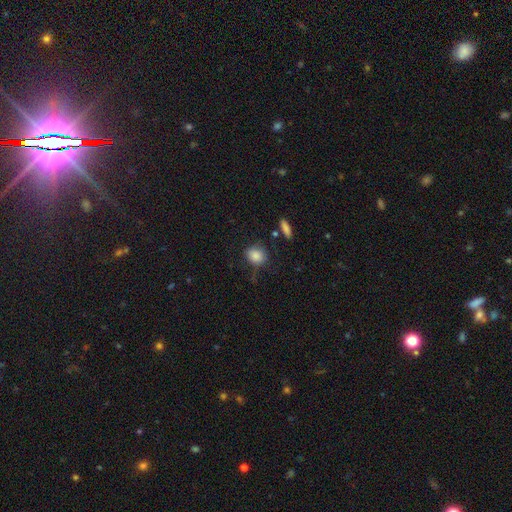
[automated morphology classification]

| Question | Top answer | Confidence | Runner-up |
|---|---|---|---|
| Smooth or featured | smooth | 86% | star or artifact (9%) |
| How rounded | round | 64% | in between (34%) |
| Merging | none | 73% | minor disturbance (18%) |